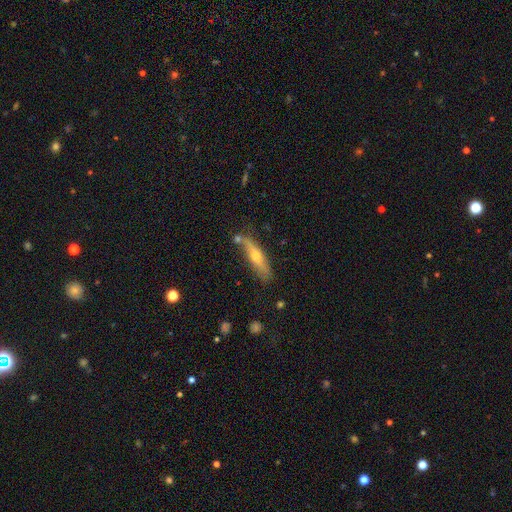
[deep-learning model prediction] A featured or disk galaxy (54%) viewed edge-on (86%). Merging: none (71%).